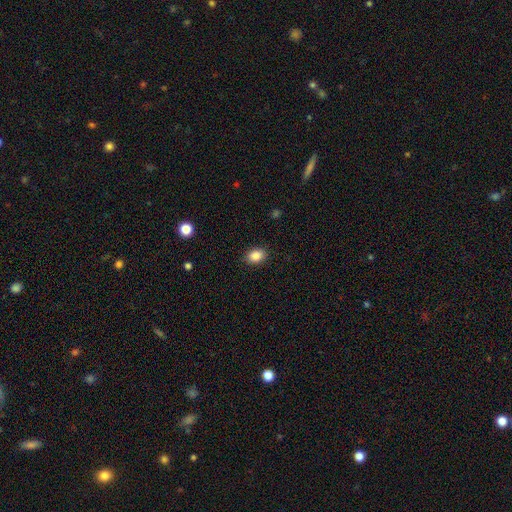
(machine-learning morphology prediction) Smooth or featured?
  - smooth: 87% *
  - star or artifact: 9%
  - featured or disk: 4%
How rounded?
  - in between: 73% *
  - round: 26%
  - cigar-shaped: 1%
Merging?
  - none: 88% *
  - minor disturbance: 9%
  - major disturbance: 2%
  - merger: 1%